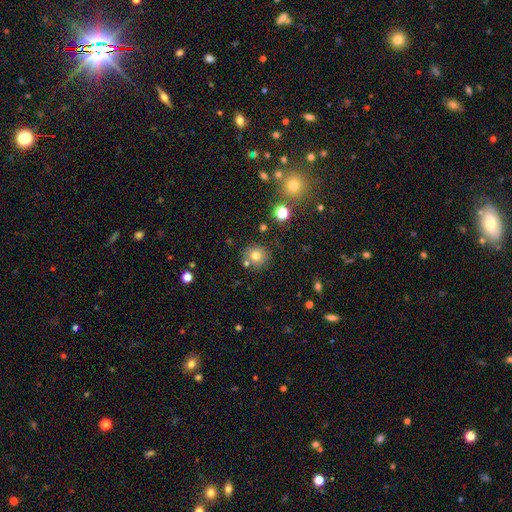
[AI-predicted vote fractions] smooth 73%, star or artifact 16%, featured or disk 11%. Down the decision tree: how rounded — round (92%); merging — none (78%).